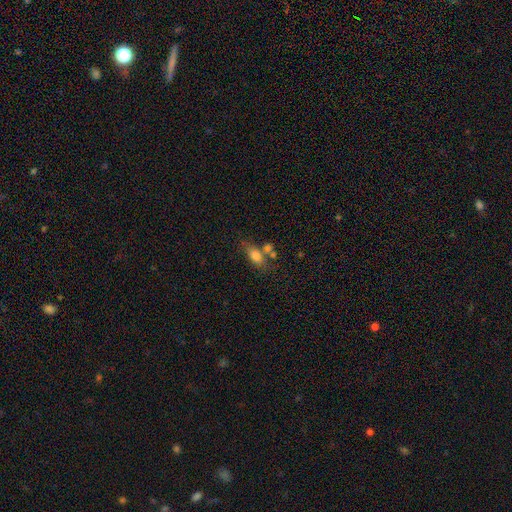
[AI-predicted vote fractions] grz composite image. It shows a smooth galaxy with no disk features (76%) that is in between round and cigar-shaped (80%). Merging: none (48%).